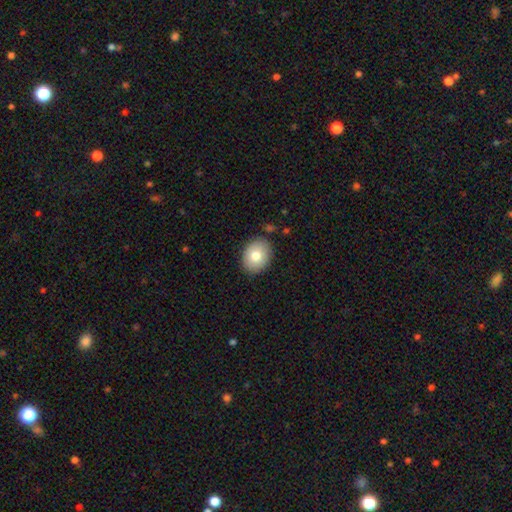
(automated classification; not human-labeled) Q: Smooth or featured?
A: smooth (79%); runner-up: featured or disk (14%)
Q: How rounded?
A: in between (57%); runner-up: round (42%)
Q: Merging?
A: none (86%); runner-up: minor disturbance (10%)